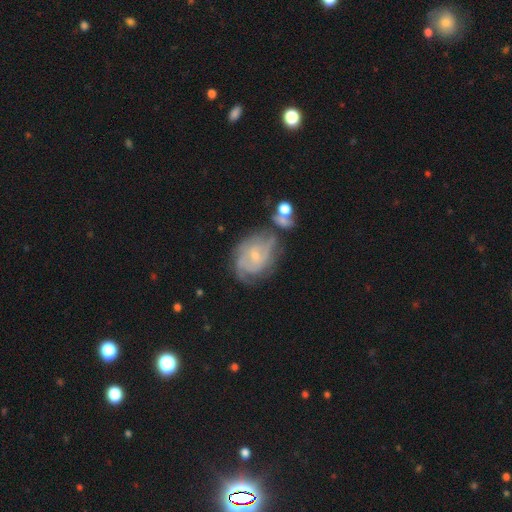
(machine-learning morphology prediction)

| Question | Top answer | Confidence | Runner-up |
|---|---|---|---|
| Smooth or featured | featured or disk | 78% | smooth (14%) |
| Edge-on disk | no | 97% | yes (3%) |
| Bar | no | 55% | weak (39%) |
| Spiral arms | yes | 90% | no (10%) |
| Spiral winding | tight | 50% | medium (36%) |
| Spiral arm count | can't tell | 41% | 2 (24%) |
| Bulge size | small | 68% | moderate (27%) |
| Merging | none | 46% | minor disturbance (25%) |